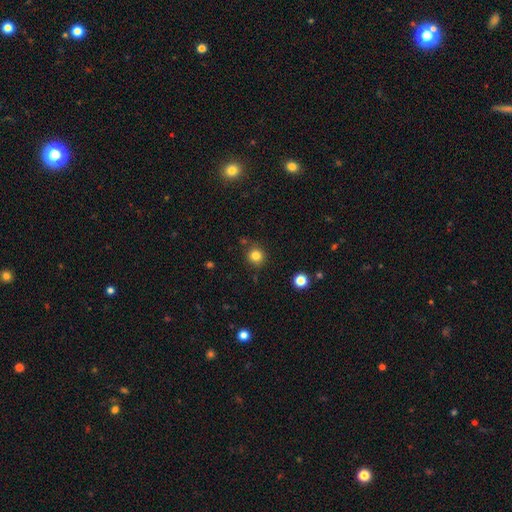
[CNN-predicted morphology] A smooth galaxy with no disk features (82%) that is round (92%). Merging: none (85%).